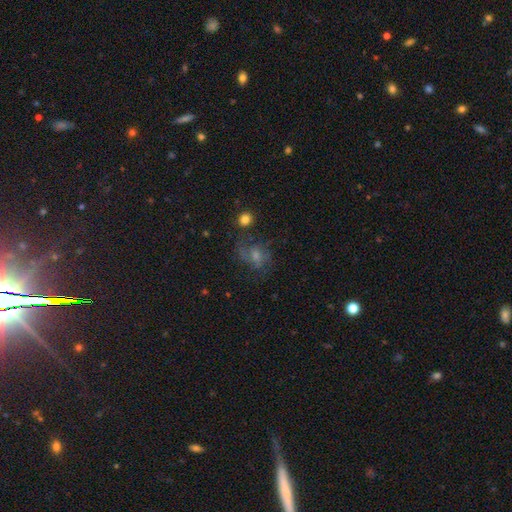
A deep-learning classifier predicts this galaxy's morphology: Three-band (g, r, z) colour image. It shows a smooth galaxy with no disk features (42%). Merging: none (47%).